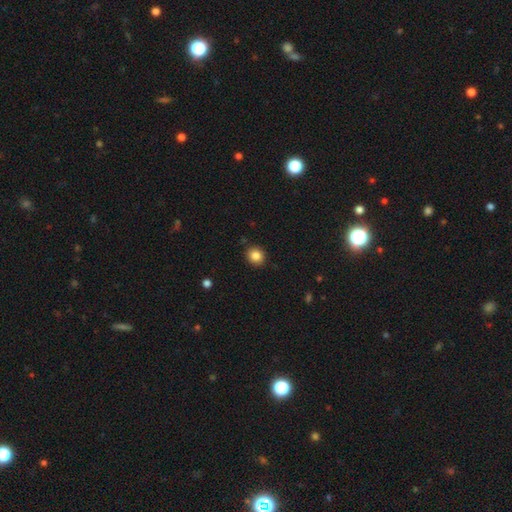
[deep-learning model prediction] Smooth or featured?
  - smooth: 85% *
  - star or artifact: 10%
  - featured or disk: 5%
How rounded?
  - round: 84% *
  - in between: 15%
  - cigar-shaped: 1%
Merging?
  - none: 91% *
  - minor disturbance: 7%
  - major disturbance: 2%
  - merger: 1%